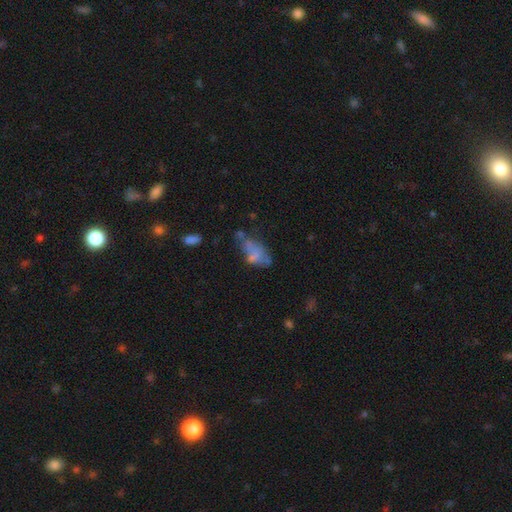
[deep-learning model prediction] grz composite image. It shows a smooth galaxy with no disk features (52%) that is in between round and cigar-shaped (84%). Merging: none (32%).